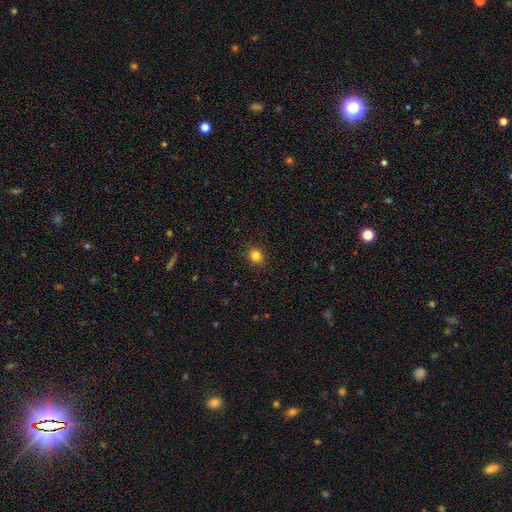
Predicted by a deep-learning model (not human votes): This appears to be a smooth galaxy with no disk features (84%) that is round (78%). Merging: none (91%).